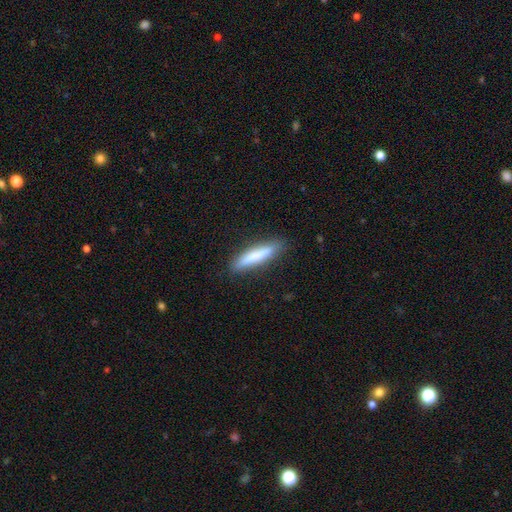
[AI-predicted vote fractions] This is likely a smooth galaxy (77%). How rounded: clearly cigar-shaped (88%). Merging: clearly none (87%).